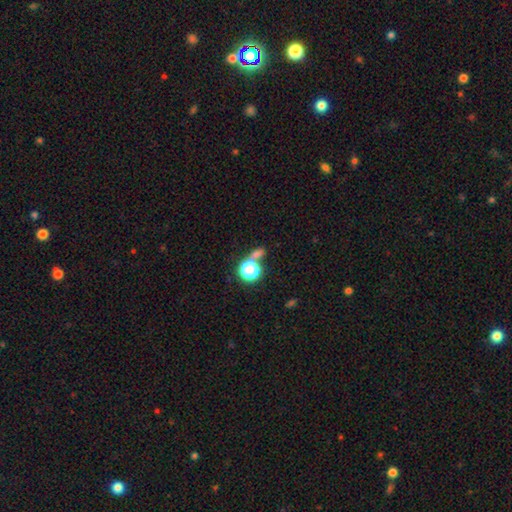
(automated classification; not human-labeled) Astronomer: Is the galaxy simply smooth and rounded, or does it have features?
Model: smooth — 52% (runner-up: star or artifact, 39%).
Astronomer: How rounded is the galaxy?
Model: round — 73%.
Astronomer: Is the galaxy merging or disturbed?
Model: none — 58%.